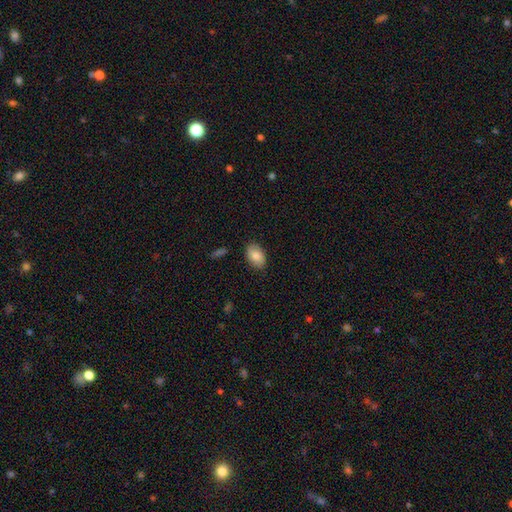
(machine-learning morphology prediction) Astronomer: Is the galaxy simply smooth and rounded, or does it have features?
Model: smooth — 81%.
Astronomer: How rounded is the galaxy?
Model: in between — 89%.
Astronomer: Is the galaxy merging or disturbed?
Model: none — 85%.